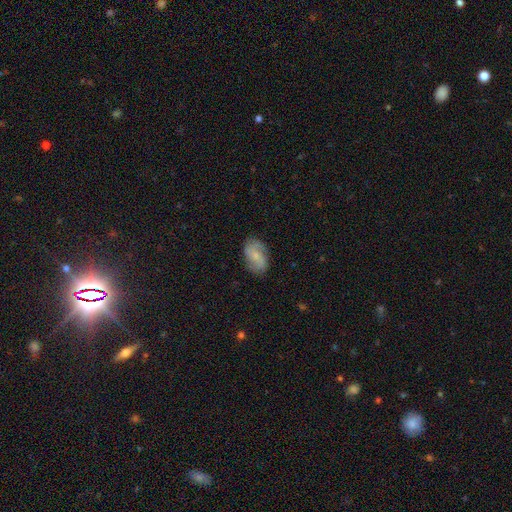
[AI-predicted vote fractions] Smooth or featured? Predicted: smooth (p=0.49). Merging? Predicted: none (p=0.75).